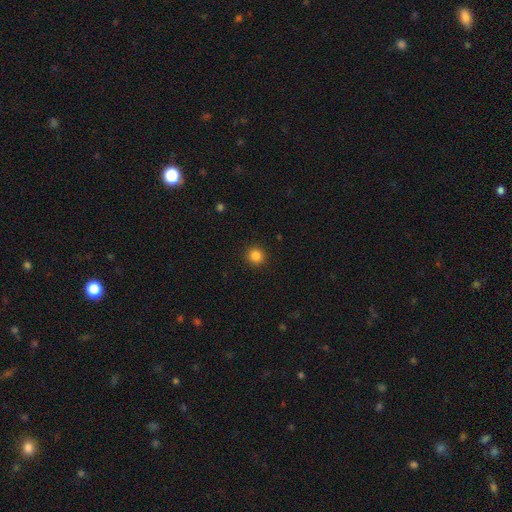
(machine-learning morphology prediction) Overall: smooth (85%). How rounded: round (92%). Merging: none (92%).